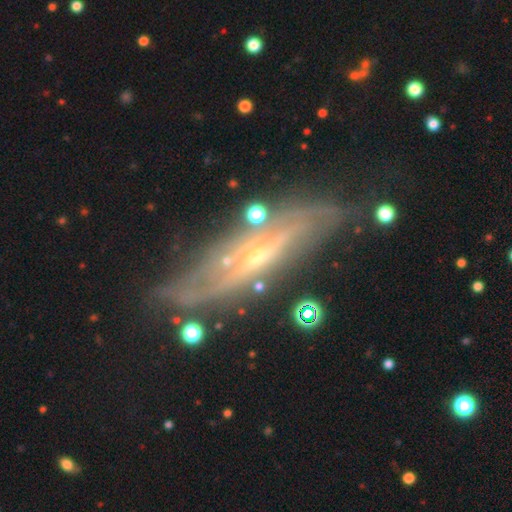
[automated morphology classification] A featured or disk galaxy (78%) viewed edge-on (62%).

Vote fractions:
- Smooth or featured? featured or disk: 78% / smooth: 13% / star or artifact: 9%
- Edge-on disk? yes: 62% / no: 38%
- Merging? none: 73% / minor disturbance: 18% / major disturbance: 6% / merger: 3%